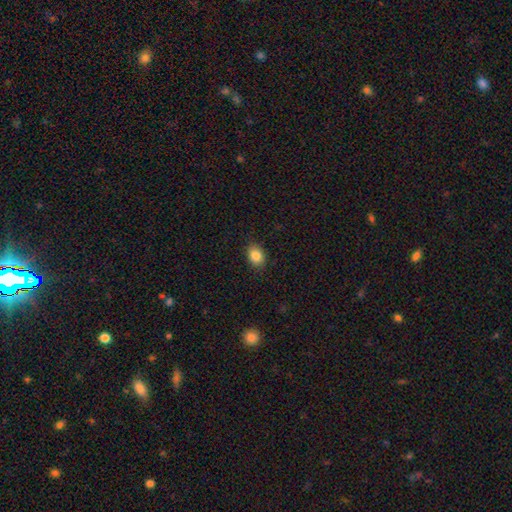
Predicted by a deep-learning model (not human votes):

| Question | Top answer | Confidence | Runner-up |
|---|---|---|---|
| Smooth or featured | smooth | 85% | star or artifact (9%) |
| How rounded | in between | 68% | round (31%) |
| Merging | none | 87% | minor disturbance (9%) |